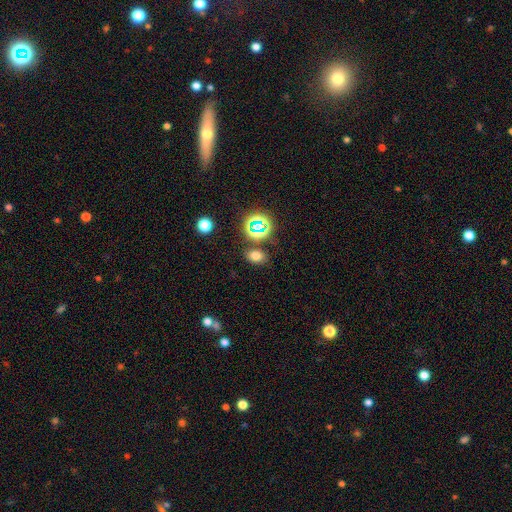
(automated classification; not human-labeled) Smooth or featured: smooth — 69% (star or artifact — 24%)
How rounded: in between — 71% (round — 28%)
Merging: none — 79% (minor disturbance — 10%)